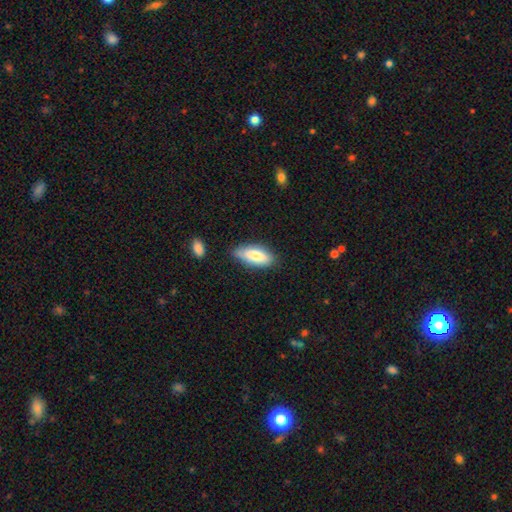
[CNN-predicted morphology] Smooth or featured? Predicted: smooth (p=0.76). How rounded? Predicted: in between (p=0.82). Merging? Predicted: none (p=0.73).